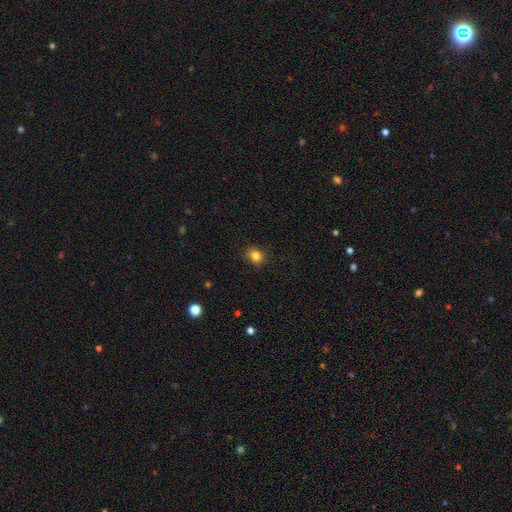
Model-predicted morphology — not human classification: smooth-or-featured: smooth: 82% | star or artifact: 12% | featured or disk: 5%
  how-rounded: round: 70% | in between: 29% | cigar-shaped: 1%
  merging: none: 84% | minor disturbance: 12% | major disturbance: 2% | merger: 1%